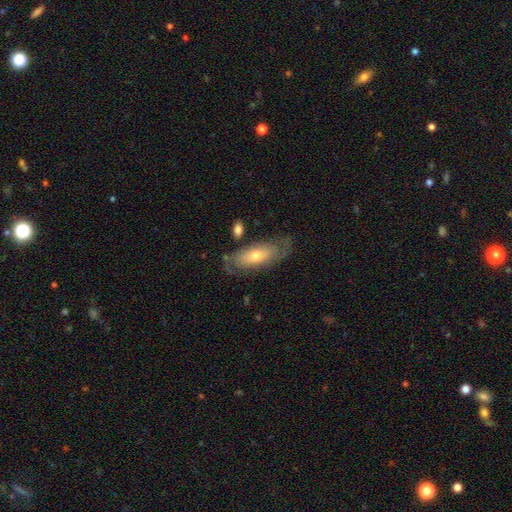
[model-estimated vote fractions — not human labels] A featured or disk galaxy (51%). Merging: none (67%).